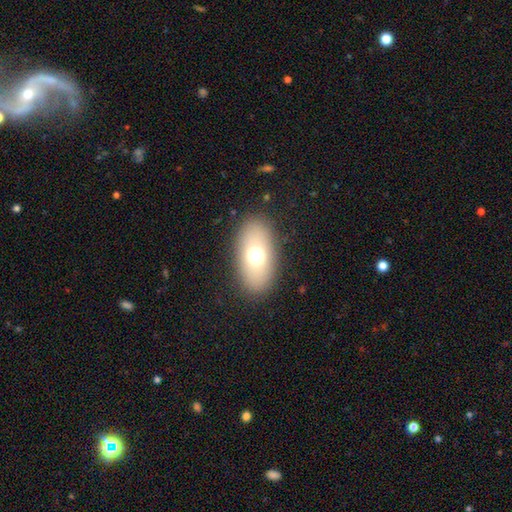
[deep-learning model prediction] Smooth or featured?
  - smooth: 67% *
  - featured or disk: 20%
  - star or artifact: 12%
How rounded?
  - in between: 86% *
  - round: 11%
  - cigar-shaped: 3%
Merging?
  - none: 86% *
  - minor disturbance: 8%
  - major disturbance: 4%
  - merger: 1%